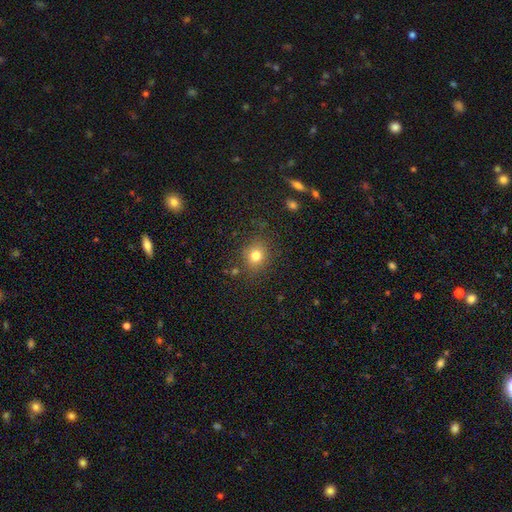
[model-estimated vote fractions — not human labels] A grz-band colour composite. It shows a smooth galaxy with no disk features (79%) that is round (72%). Merging: none (83%).